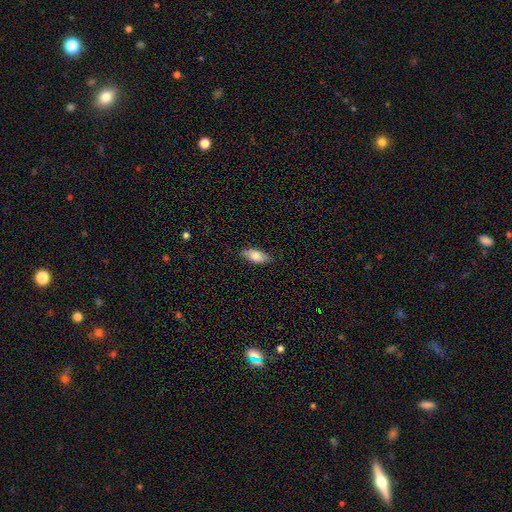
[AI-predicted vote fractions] Smooth or featured?
  - smooth: 80% *
  - featured or disk: 14%
  - star or artifact: 7%
How rounded?
  - in between: 86% *
  - cigar-shaped: 11%
  - round: 3%
Merging?
  - none: 84% *
  - minor disturbance: 13%
  - major disturbance: 2%
  - merger: 1%